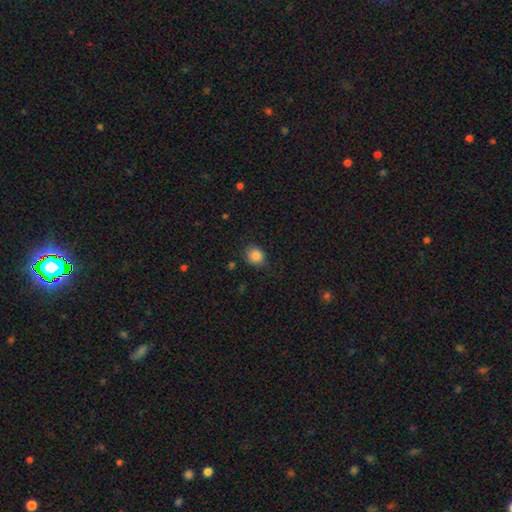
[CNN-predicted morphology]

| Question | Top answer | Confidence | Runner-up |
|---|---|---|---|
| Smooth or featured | smooth | 85% | star or artifact (10%) |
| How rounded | round | 73% | in between (26%) |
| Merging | none | 82% | minor disturbance (14%) |